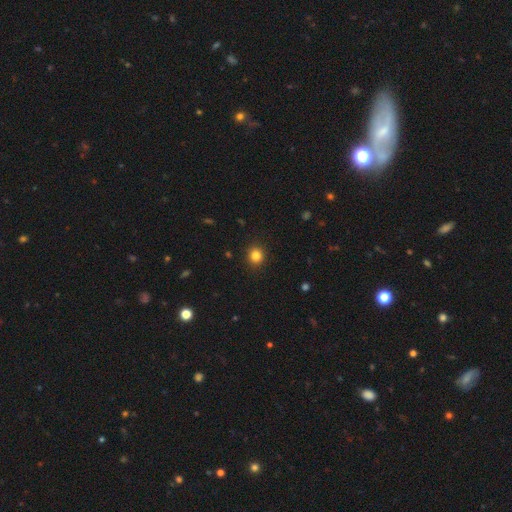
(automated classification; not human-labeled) Smooth or featured? Predicted: smooth (p=0.83). How rounded? Predicted: round (p=0.89). Merging? Predicted: none (p=0.92).